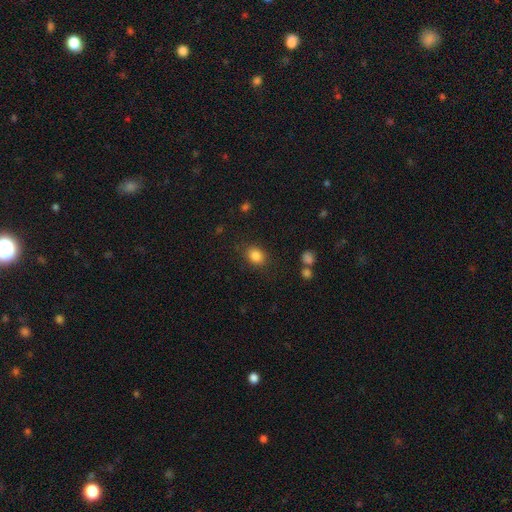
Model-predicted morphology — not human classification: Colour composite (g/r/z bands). It shows a smooth galaxy with no disk features (84%) that is in between round and cigar-shaped (52%). Merging: none (83%).